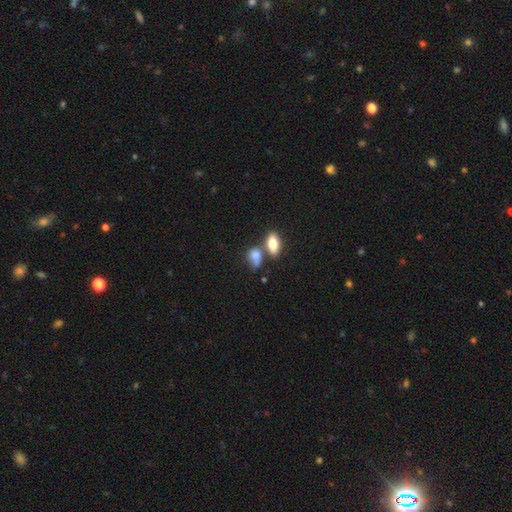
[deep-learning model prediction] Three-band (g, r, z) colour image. It shows a smooth galaxy with no disk features (80%) that is in between round and cigar-shaped (73%). Merging: none (41%).